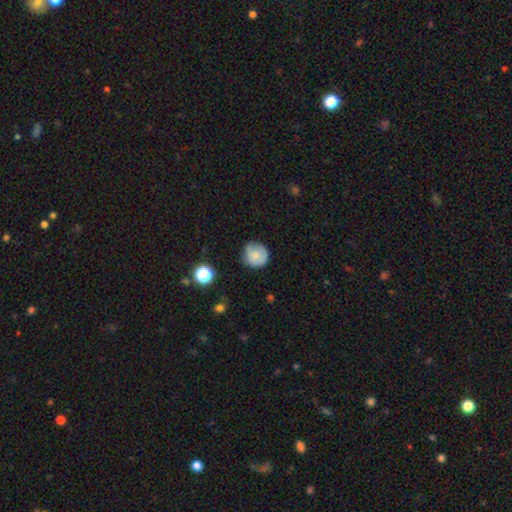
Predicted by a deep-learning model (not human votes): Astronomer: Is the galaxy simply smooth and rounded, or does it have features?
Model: smooth — 72%.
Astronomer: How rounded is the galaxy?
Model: round — 90%.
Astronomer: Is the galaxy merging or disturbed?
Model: none — 68%.